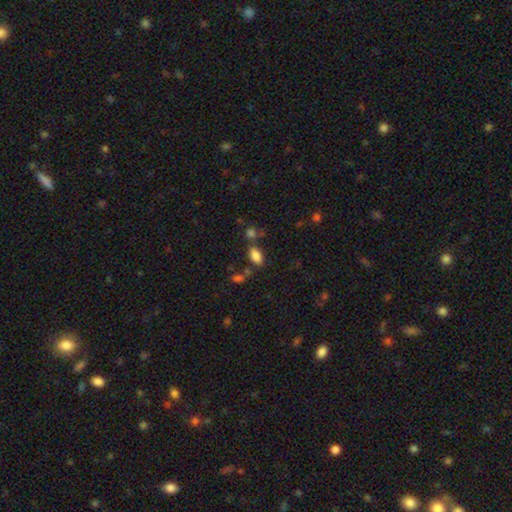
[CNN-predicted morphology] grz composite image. It shows a smooth galaxy with no disk features (85%) that is in between round and cigar-shaped (92%). Merging: none (71%).